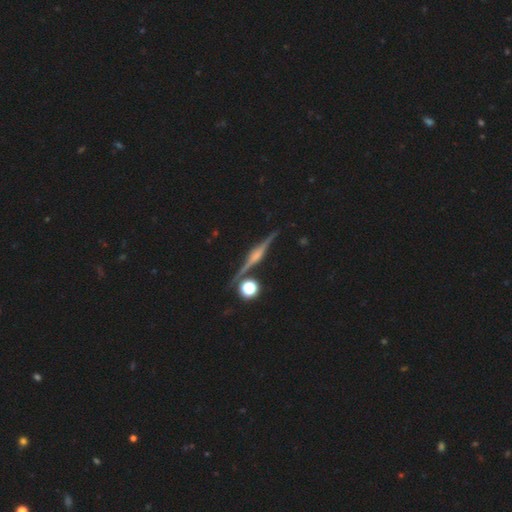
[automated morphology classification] smooth-or-featured: featured or disk: 85% | smooth: 7% | star or artifact: 7%
  disk-edge-on: yes: 98% | no: 2%
    edge-on-bulge: rounded: 73% | boxy: 22% | none: 6%
  merging: none: 88% | minor disturbance: 7% | merger: 3% | major disturbance: 2%